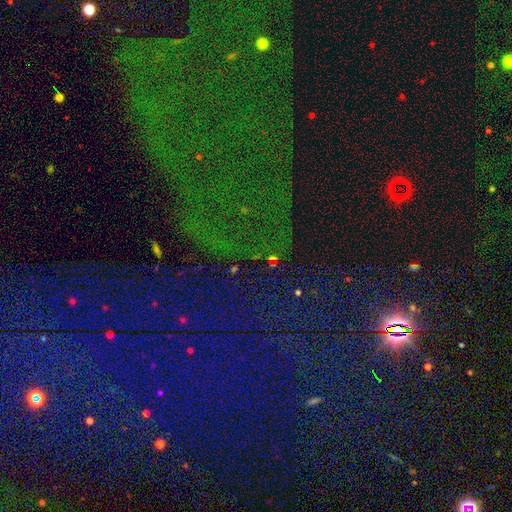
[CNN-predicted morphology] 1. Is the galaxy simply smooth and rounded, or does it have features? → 79% star or artifact, 11% smooth, 9% featured or disk.